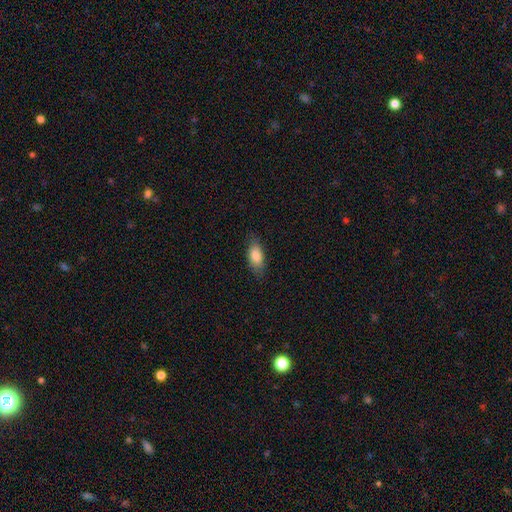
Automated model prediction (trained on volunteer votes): Smooth or featured? Predicted: smooth (p=0.83). How rounded? Predicted: in between (p=0.86). Merging? Predicted: none (p=0.80).